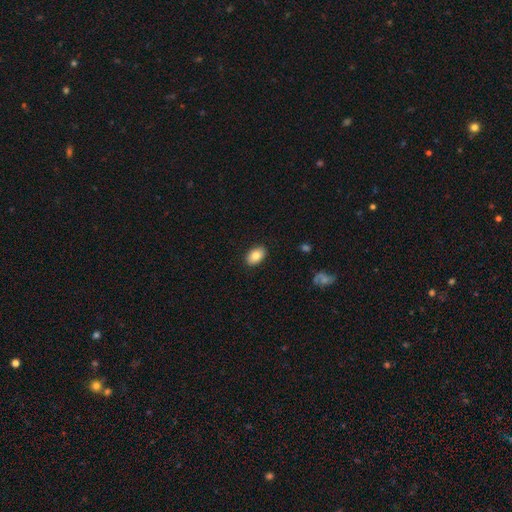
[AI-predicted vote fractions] The model was most divided on "smooth or featured": smooth: 83%, featured or disk: 10%, star or artifact: 7%. More confident: how rounded — in between (90%); merging — none (89%).